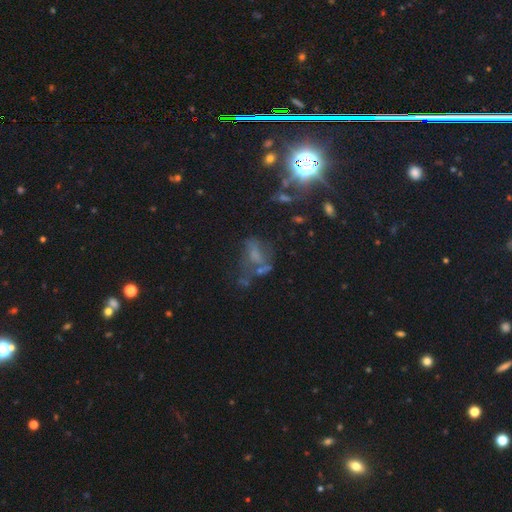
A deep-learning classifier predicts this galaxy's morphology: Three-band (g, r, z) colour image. It shows a featured or disk galaxy (37%). Merging: none (33%).